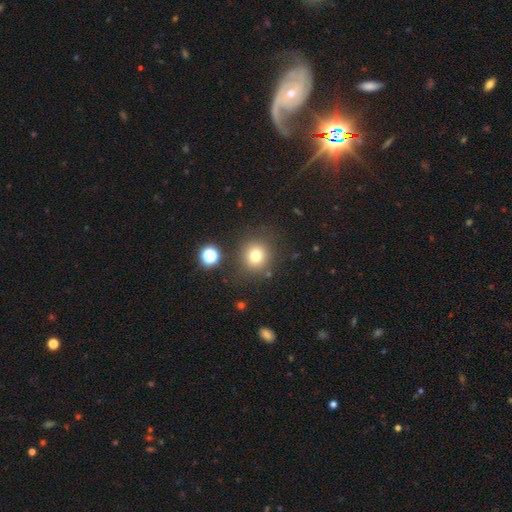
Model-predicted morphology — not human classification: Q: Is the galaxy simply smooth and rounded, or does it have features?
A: smooth — 75%.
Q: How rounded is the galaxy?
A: round — 92%.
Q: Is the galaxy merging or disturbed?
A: none — 83%.